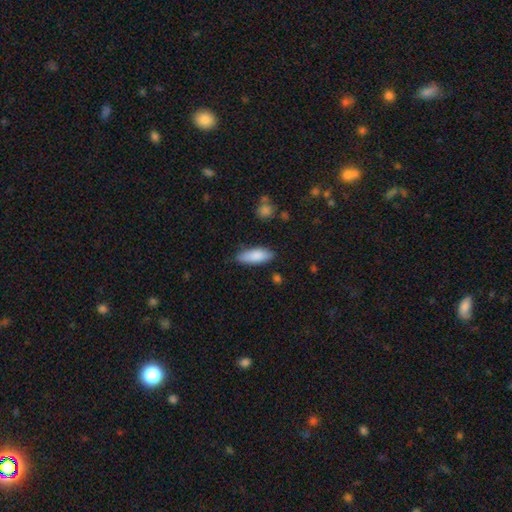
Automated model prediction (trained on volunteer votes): Smooth or featured? smooth (86%)
How rounded? in between (66%)
Merging? none (81%)